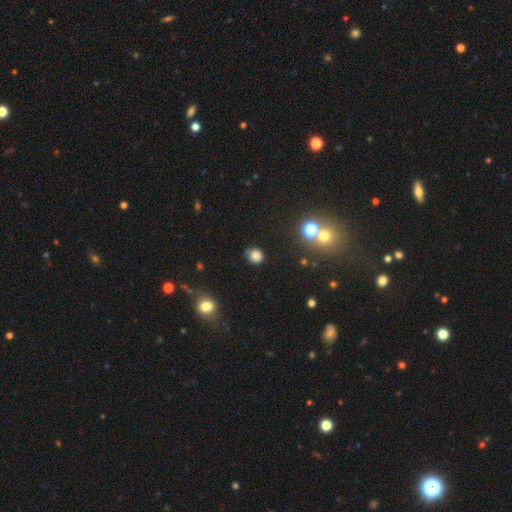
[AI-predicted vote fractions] Morphology: type=smooth (80%); roundness=round (81%); merging=none (71%).